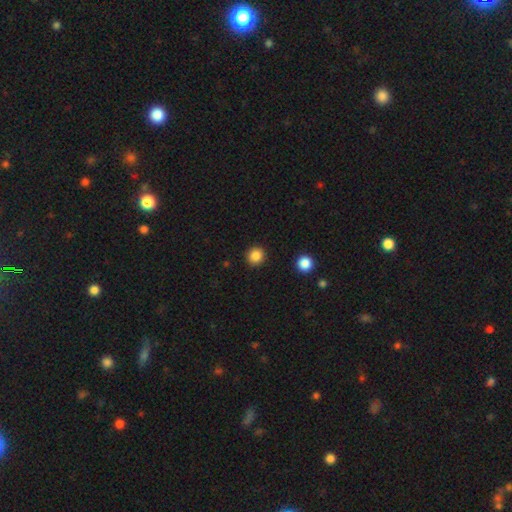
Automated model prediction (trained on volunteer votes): Smooth or featured? smooth (85%)
How rounded? round (93%)
Merging? none (92%)